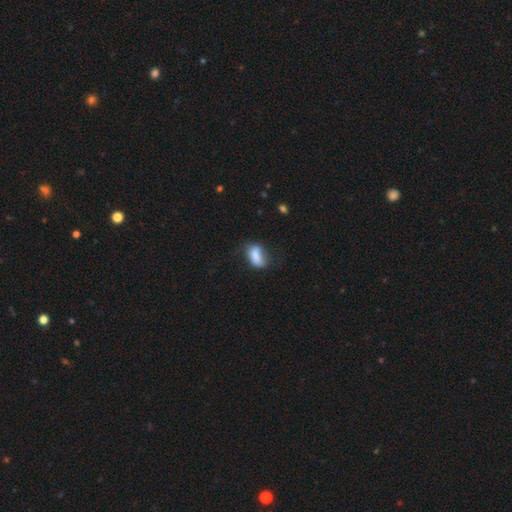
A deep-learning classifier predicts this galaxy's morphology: Q: Smooth or featured?
A: smooth (78%); runner-up: featured or disk (13%)
Q: How rounded?
A: in between (87%); runner-up: round (7%)
Q: Merging?
A: none (42%); runner-up: minor disturbance (33%)